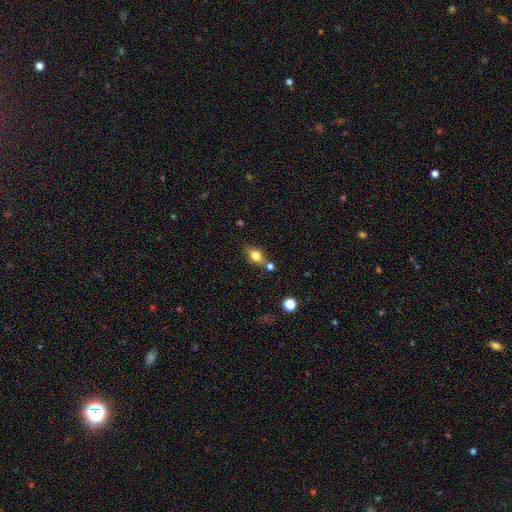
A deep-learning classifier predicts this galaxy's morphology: Smooth or featured? Predicted: smooth (p=0.73). How rounded? Predicted: in between (p=0.63). Merging? Predicted: none (p=0.59).